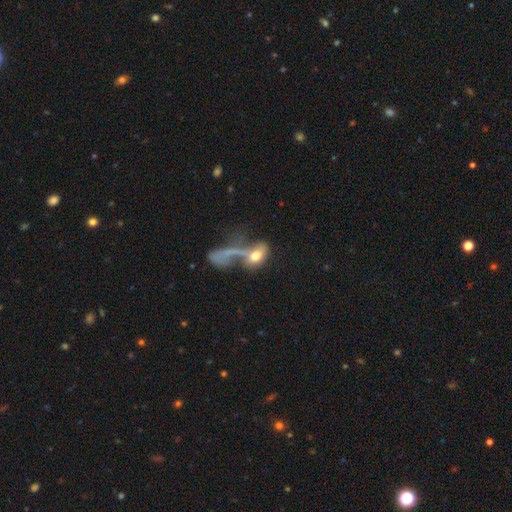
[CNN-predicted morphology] Smooth or featured? Predicted: smooth (p=0.58). How rounded? Predicted: in between (p=0.74). Merging? Predicted: major disturbance (p=0.41).